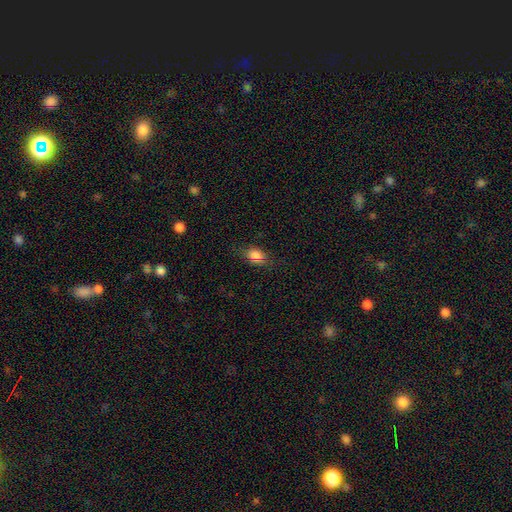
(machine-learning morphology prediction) smooth_or_featured: smooth (p=0.76) [alt: star or artifact p=0.16]
how_rounded: in between (p=0.81) [alt: round p=0.16]
merging: none (p=0.76) [alt: minor disturbance p=0.17]